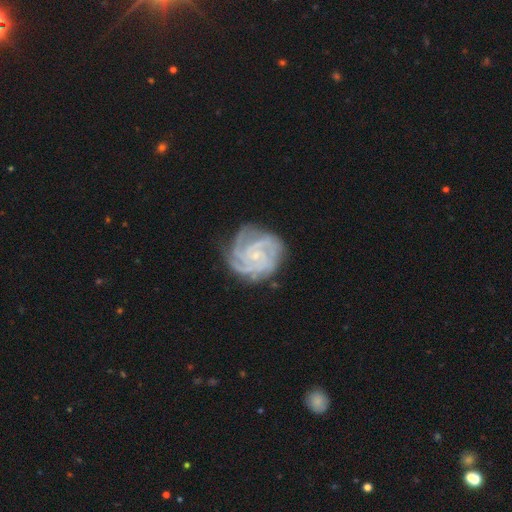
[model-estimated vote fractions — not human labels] Smooth or featured? Predicted: featured or disk (p=0.89). Edge-on disk? Predicted: no (p=0.98). Bar? Predicted: no (p=0.68). Spiral arms? Predicted: yes (p=0.98). Spiral winding? Predicted: tight (p=0.70). Spiral arm count? Predicted: 4 (p=0.35). Bulge size? Predicted: small (p=0.79). Merging? Predicted: none (p=0.74).